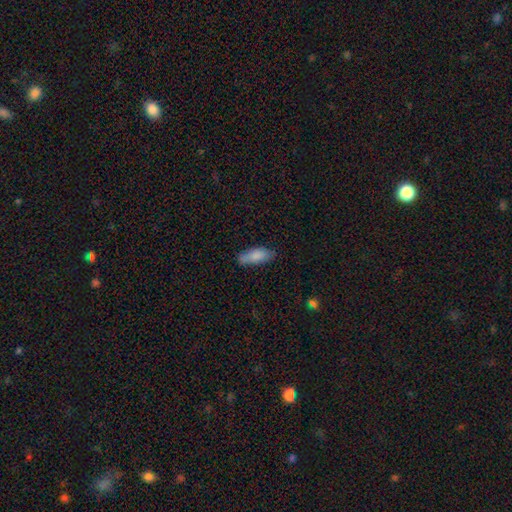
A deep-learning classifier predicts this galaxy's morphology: smooth-or-featured: smooth: 85% | featured or disk: 9% | star or artifact: 7%
  how-rounded: in between: 71% | cigar-shaped: 27% | round: 2%
  merging: none: 69% | minor disturbance: 24% | major disturbance: 5% | merger: 2%